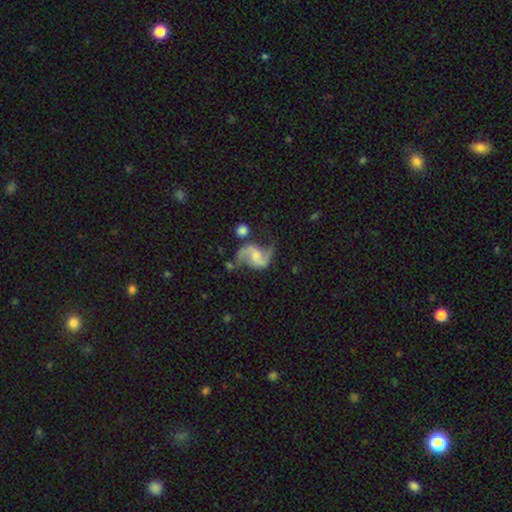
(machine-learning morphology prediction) A featured or disk galaxy (87%) with a weak bar (43%), 2 (93%) loose (60%) spiral arms (96%) and a small central bulge (38%). Merging: none (58%).